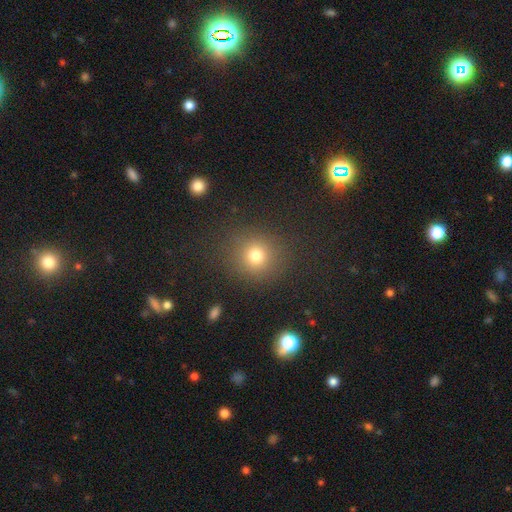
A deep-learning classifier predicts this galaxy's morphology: The model was most divided on "smooth or featured": smooth: 75%, star or artifact: 17%, featured or disk: 8%. More confident: merging — none (86%); how rounded — round (84%).